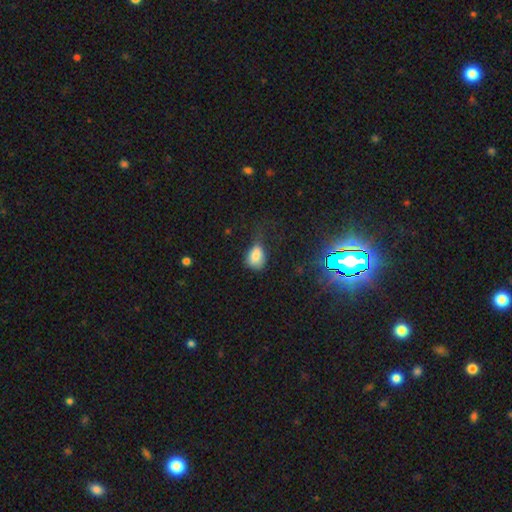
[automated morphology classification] A smooth galaxy with no disk features (78%) that is in between round and cigar-shaped (63%).

Vote fractions:
- Smooth or featured? smooth: 78% / star or artifact: 13% / featured or disk: 10%
- How rounded? in between: 63% / round: 36% / cigar-shaped: 1%
- Merging? none: 36% (tied) / minor disturbance: 36% (tied) / major disturbance: 25% / merger: 3%